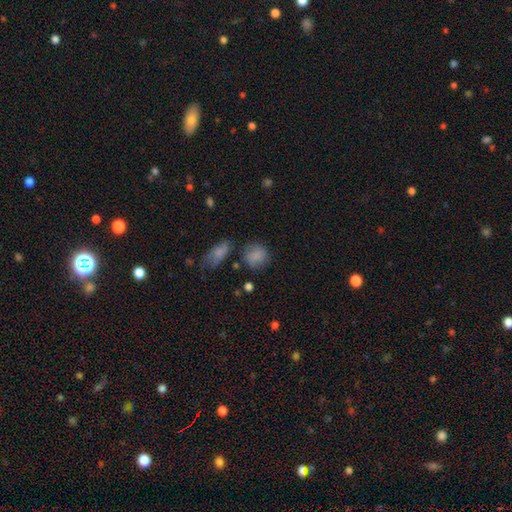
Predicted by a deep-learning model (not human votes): smooth 81%, star or artifact 10%, featured or disk 9%. Down the decision tree: how rounded — round (76%); merging — none (66%).